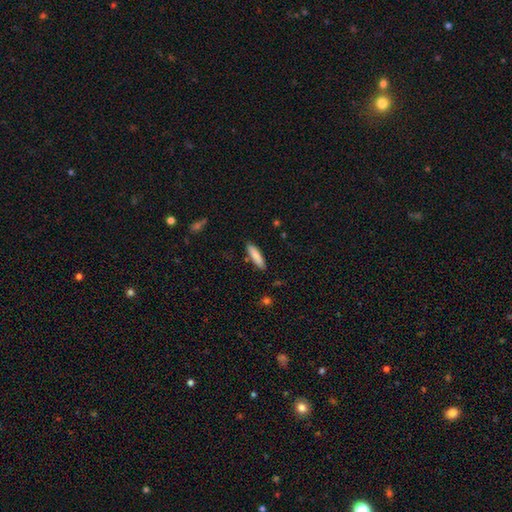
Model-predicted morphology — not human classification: type=smooth (84%); roundness=cigar-shaped (73%); merging=none (87%).